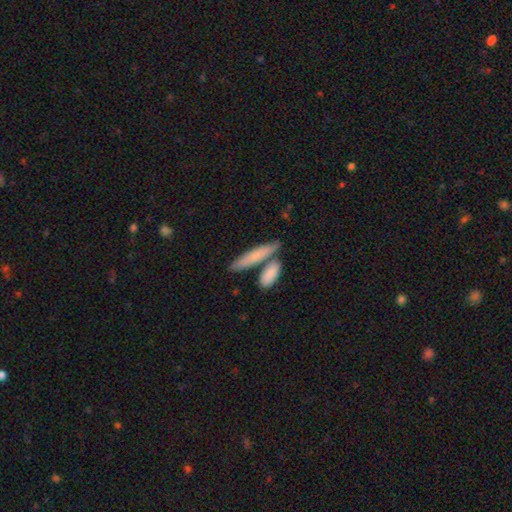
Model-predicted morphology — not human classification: A smooth galaxy with no disk features (75%) that is cigar-shaped (77%).

Vote fractions:
- Smooth or featured? smooth: 75% / featured or disk: 20% / star or artifact: 6%
- How rounded? cigar-shaped: 77% / in between: 20% / round: 3%
- Merging? none: 64% / merger: 22% / minor disturbance: 11% / major disturbance: 3%